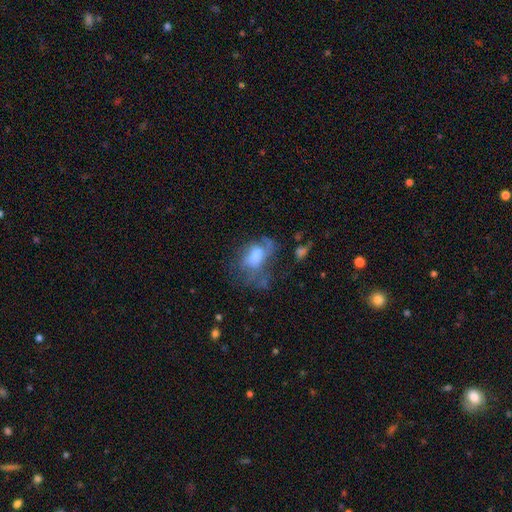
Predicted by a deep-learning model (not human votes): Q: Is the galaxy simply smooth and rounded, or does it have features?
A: featured or disk — 47%.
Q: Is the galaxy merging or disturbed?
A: major disturbance — 38%.